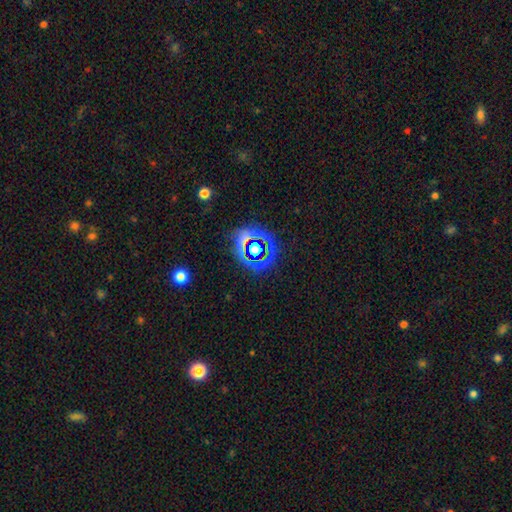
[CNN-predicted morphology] Smooth or featured: star or artifact — 63% (smooth — 24%)